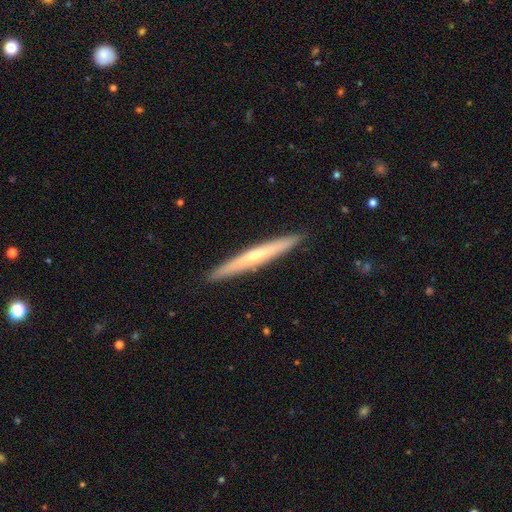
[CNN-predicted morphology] The model was most divided on "smooth or featured": featured or disk: 54%, smooth: 41%, star or artifact: 5%. More confident: edge-on disk — yes (95%); merging — none (92%); edge-on bulge — rounded (57%).